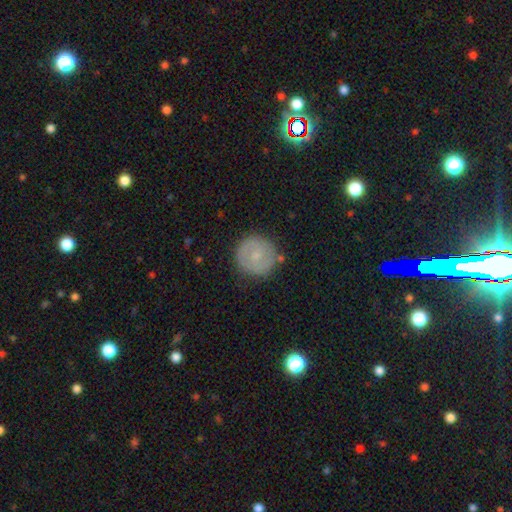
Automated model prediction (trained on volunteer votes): Q: Smooth or featured?
A: smooth (57%); runner-up: featured or disk (35%)
Q: How rounded?
A: round (94%); runner-up: in between (5%)
Q: Merging?
A: none (84%); runner-up: minor disturbance (11%)